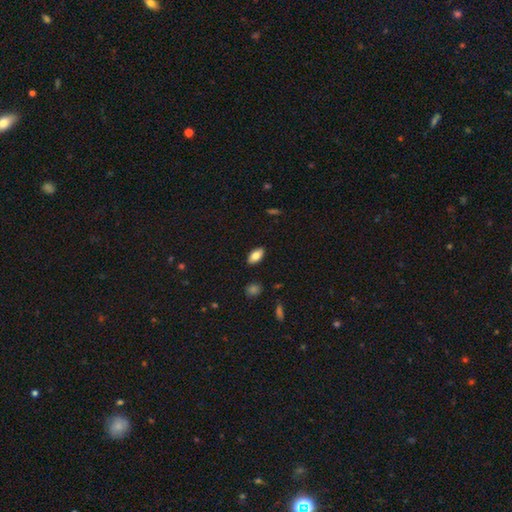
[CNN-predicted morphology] This appears to be a smooth galaxy with no disk features (80%) that is in between round and cigar-shaped (91%). Merging: none (88%).